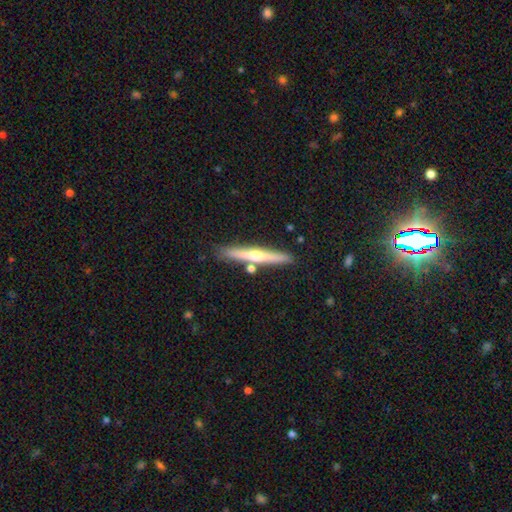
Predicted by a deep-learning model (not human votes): Smooth or featured: featured or disk — 59% (smooth — 35%)
Edge-on disk: yes — 97% (no — 3%)
Edge-on bulge: rounded — 81% (none — 15%)
Merging: none — 85% (minor disturbance — 8%)